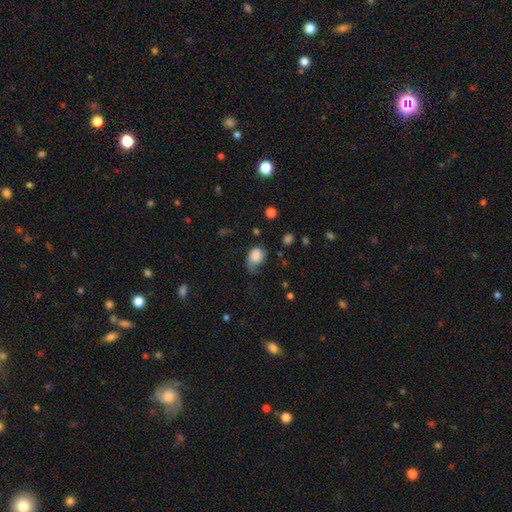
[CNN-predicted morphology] Smooth or featured?
  - smooth: 80% *
  - featured or disk: 12%
  - star or artifact: 8%
How rounded?
  - in between: 70% *
  - round: 29%
  - cigar-shaped: 1%
Merging?
  - minor disturbance: 40% *
  - none: 34%
  - major disturbance: 24%
  - merger: 3%